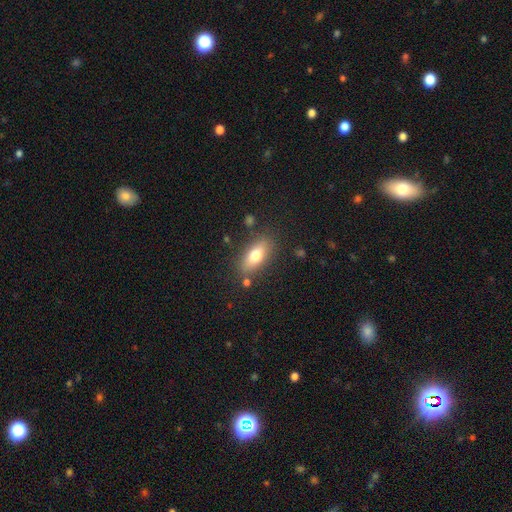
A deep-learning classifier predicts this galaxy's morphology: type=smooth (71%); roundness=in between (77%); merging=none (80%).